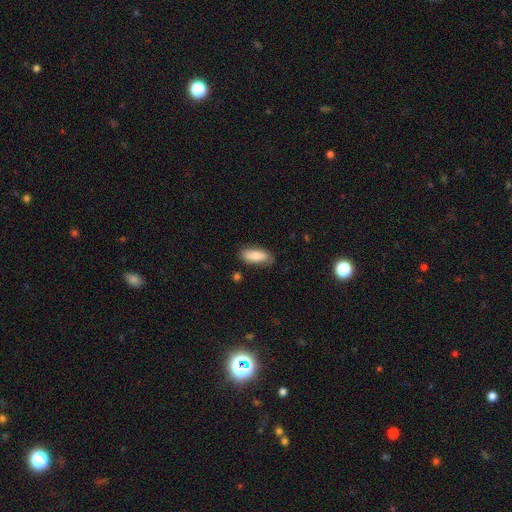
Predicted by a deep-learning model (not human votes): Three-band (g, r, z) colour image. It shows a smooth galaxy with no disk features (78%) that is in between round and cigar-shaped (81%). Merging: none (77%).